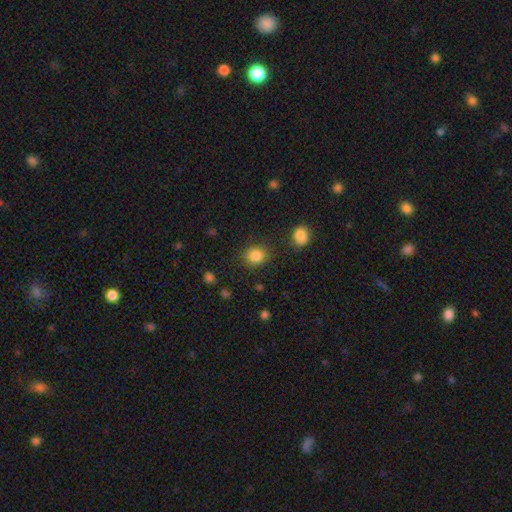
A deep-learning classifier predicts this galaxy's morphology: type=smooth (85%); roundness=round (81%); merging=none (85%).